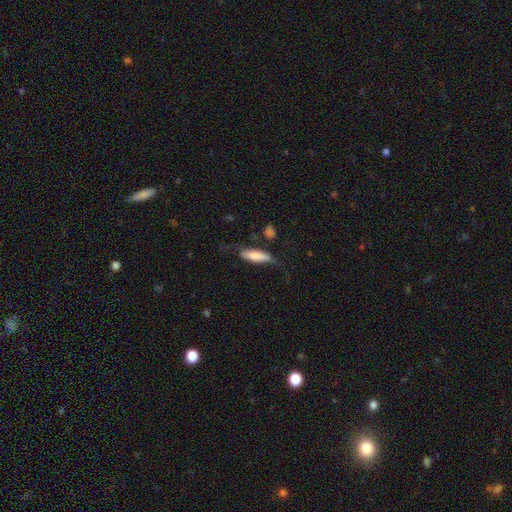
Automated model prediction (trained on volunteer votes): Smooth or featured?
  - smooth: 72% *
  - featured or disk: 22%
  - star or artifact: 6%
How rounded?
  - cigar-shaped: 52% *
  - in between: 46%
  - round: 2%
Merging?
  - none: 61% *
  - minor disturbance: 25%
  - major disturbance: 11%
  - merger: 3%